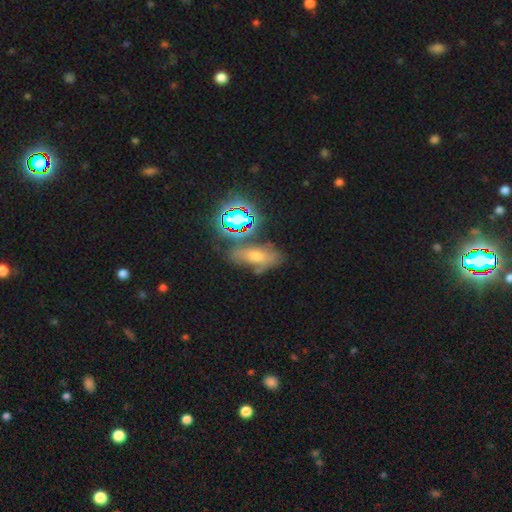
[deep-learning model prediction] Smooth or featured? Predicted: star or artifact (p=0.37).